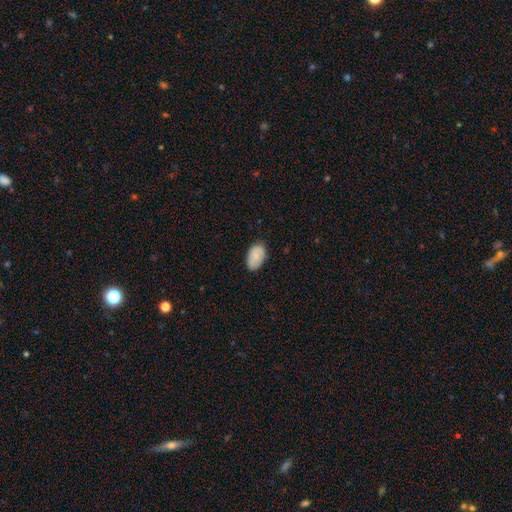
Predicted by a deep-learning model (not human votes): Smooth or featured: smooth — 82% (featured or disk — 11%)
How rounded: in between — 92% (round — 7%)
Merging: none — 77% (minor disturbance — 18%)